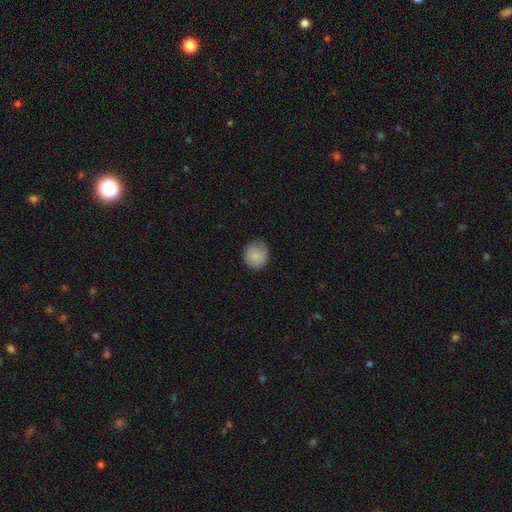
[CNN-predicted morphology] Overall: smooth (84%). How rounded: round (85%). Merging: none (76%).